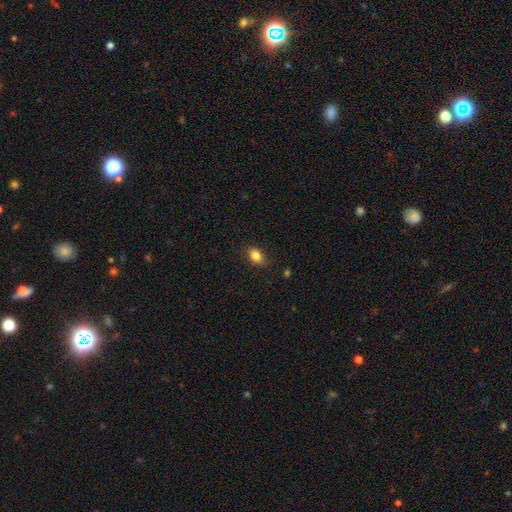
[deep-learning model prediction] Morphology: type=smooth (86%); roundness=in between (80%); merging=none (84%).